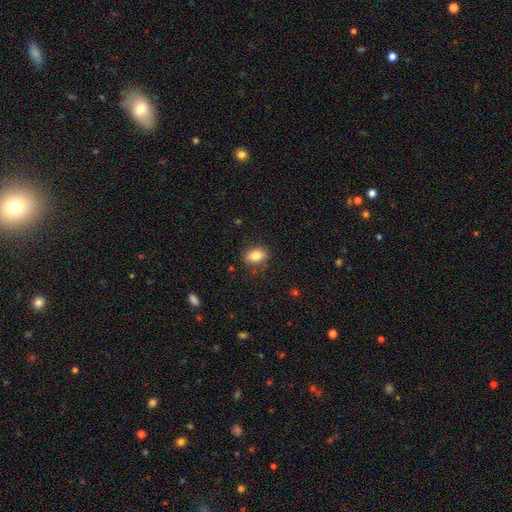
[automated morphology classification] type=smooth (83%); roundness=in between (78%); merging=none (80%).